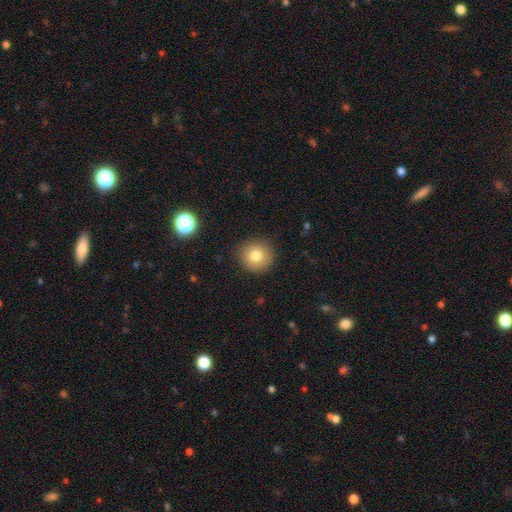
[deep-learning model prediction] The model was most divided on "smooth or featured": smooth: 78%, featured or disk: 11%, star or artifact: 11%. More confident: how rounded — round (94%); merging — none (90%).